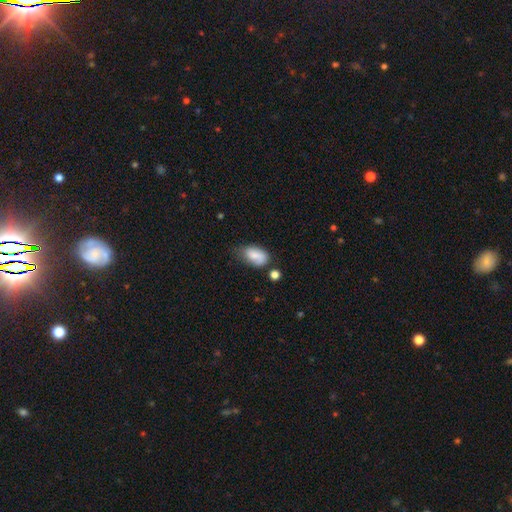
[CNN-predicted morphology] This is likely a smooth galaxy (75%). How rounded: clearly in between (90%). Merging: possibly none (46%).